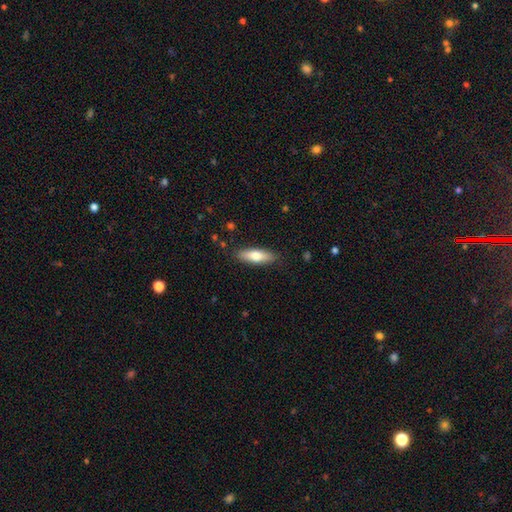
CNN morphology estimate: Smooth or featured? Predicted: smooth (p=0.71). How rounded? Predicted: in between (p=0.53). Merging? Predicted: none (p=0.87).